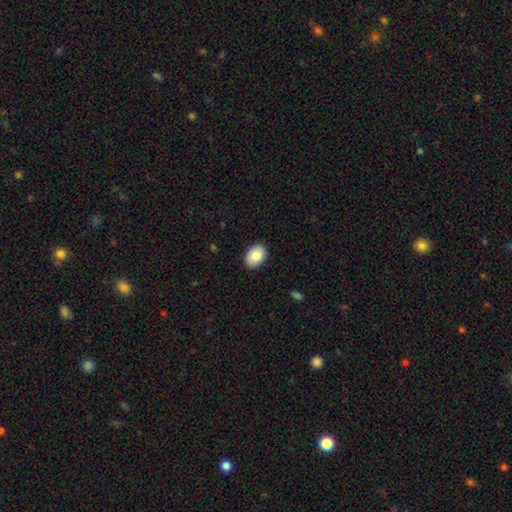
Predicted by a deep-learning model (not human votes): Smooth or featured? smooth (84%)
How rounded? in between (78%)
Merging? none (89%)